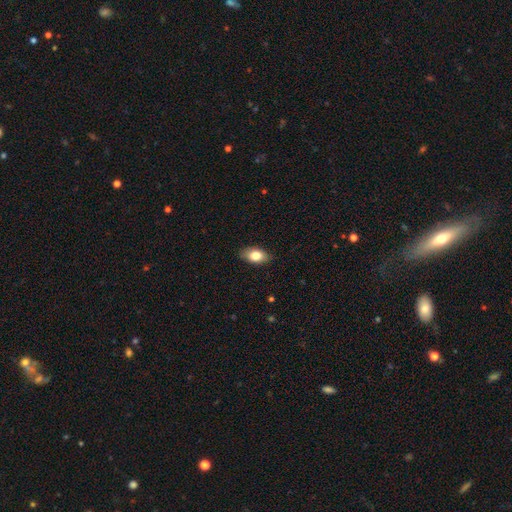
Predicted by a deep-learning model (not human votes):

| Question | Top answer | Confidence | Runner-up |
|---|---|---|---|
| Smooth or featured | smooth | 81% | featured or disk (13%) |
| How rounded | in between | 90% | round (7%) |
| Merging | none | 84% | minor disturbance (13%) |